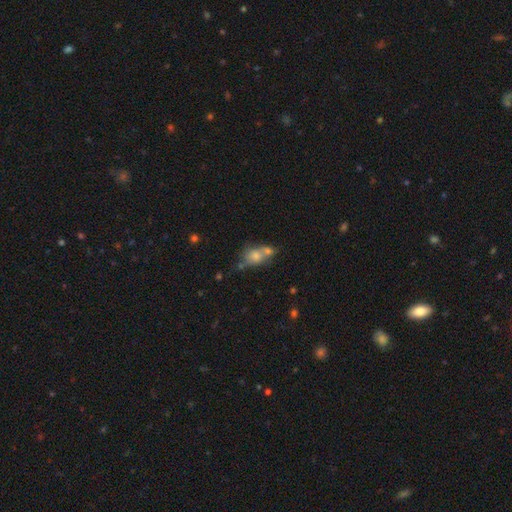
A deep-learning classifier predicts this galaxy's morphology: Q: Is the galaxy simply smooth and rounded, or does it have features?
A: smooth — 69%.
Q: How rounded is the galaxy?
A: in between — 56%.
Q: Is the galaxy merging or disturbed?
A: merger — 48%.